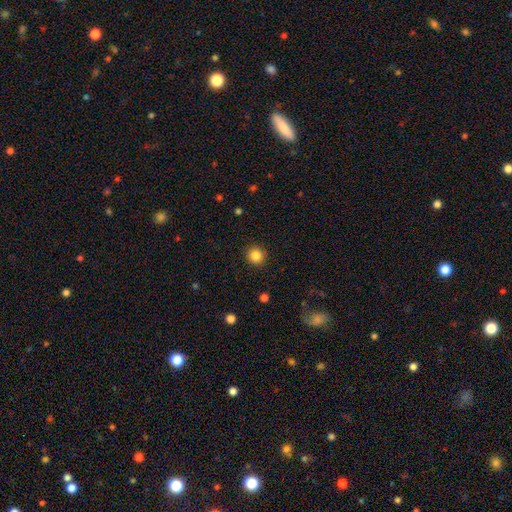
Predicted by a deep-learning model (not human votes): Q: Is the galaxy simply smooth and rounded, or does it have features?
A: smooth — 85%.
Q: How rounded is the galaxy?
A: round — 93%.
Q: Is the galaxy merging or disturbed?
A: none — 92%.